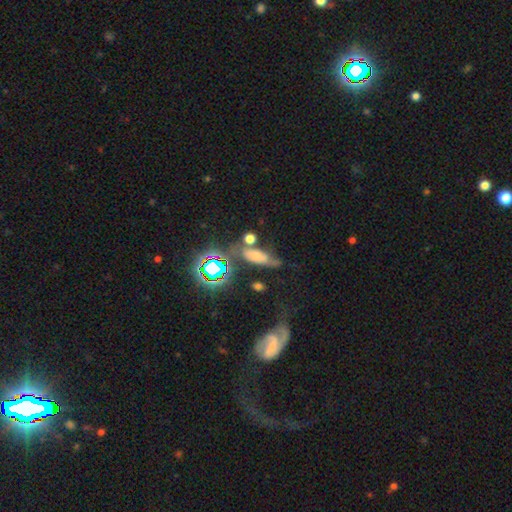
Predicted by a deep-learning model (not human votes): smooth_or_featured: smooth (p=0.41) [alt: featured or disk p=0.33]
merging: none (p=0.47) [alt: minor disturbance p=0.23]